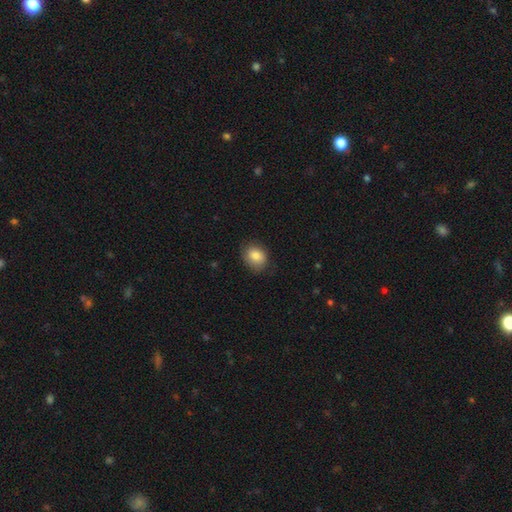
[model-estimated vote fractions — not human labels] A smooth galaxy with no disk features (83%) that is round (50%).

Vote fractions:
- Smooth or featured? smooth: 83% / featured or disk: 9% / star or artifact: 8%
- How rounded? round: 50% / in between: 49% / cigar-shaped: 1%
- Merging? none: 78% / minor disturbance: 17% / major disturbance: 4% / merger: 1%